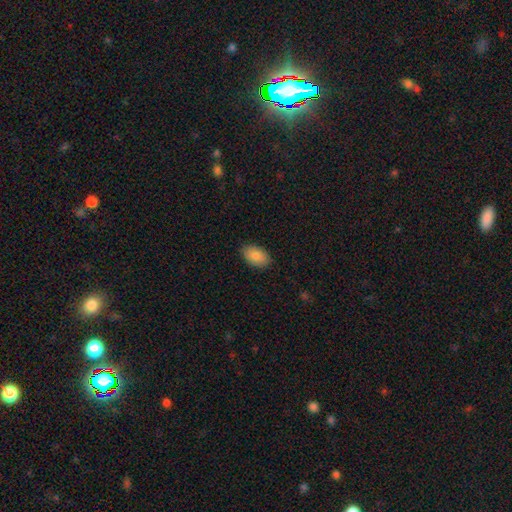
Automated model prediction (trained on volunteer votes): Smooth or featured: smooth — 87% (featured or disk — 7%)
How rounded: in between — 91% (round — 7%)
Merging: none — 88% (minor disturbance — 9%)